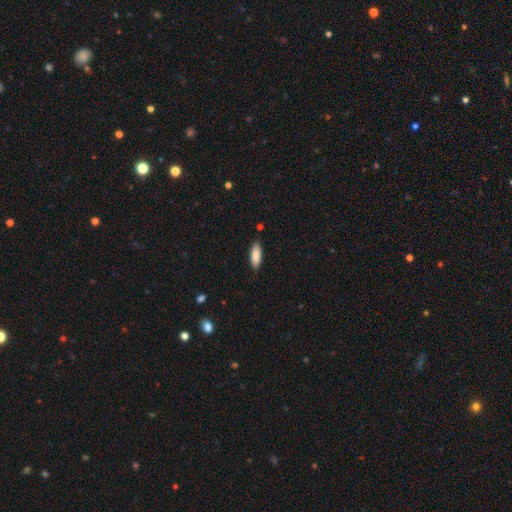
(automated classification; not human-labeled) This appears to be a smooth galaxy with no disk features (85%) that is in between round and cigar-shaped (65%). Merging: none (85%).